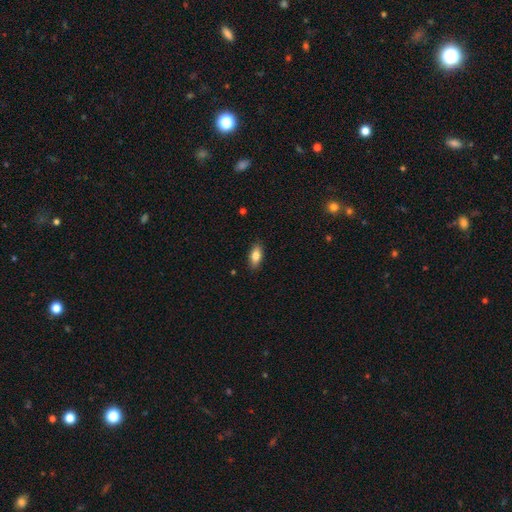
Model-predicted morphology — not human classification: Smooth or featured? smooth (82%)
How rounded? in between (87%)
Merging? none (88%)